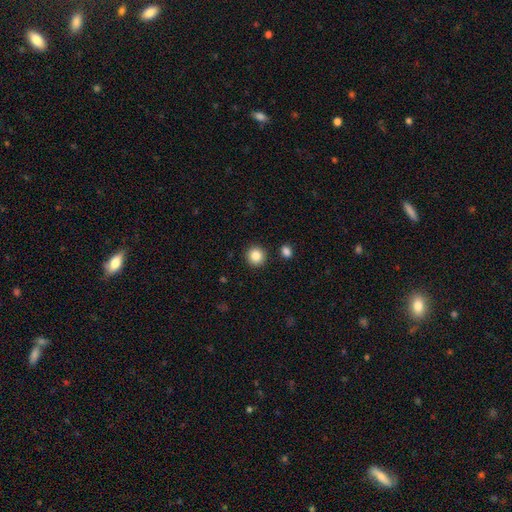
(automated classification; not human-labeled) This is clearly a smooth galaxy (85%). How rounded: clearly round (92%). Merging: clearly none (90%).